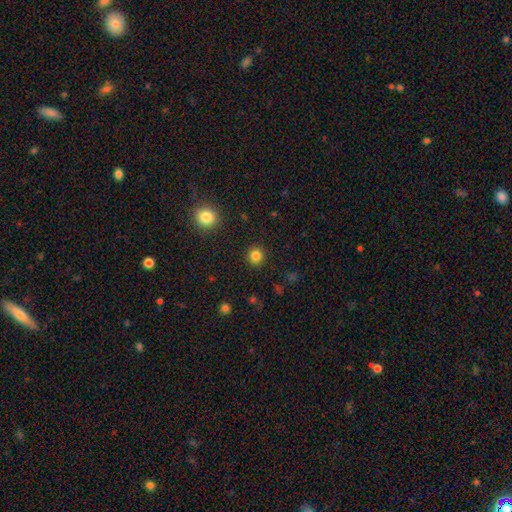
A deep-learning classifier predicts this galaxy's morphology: Q: Smooth or featured?
A: smooth (83%); runner-up: star or artifact (12%)
Q: How rounded?
A: round (91%); runner-up: in between (8%)
Q: Merging?
A: none (91%); runner-up: minor disturbance (5%)